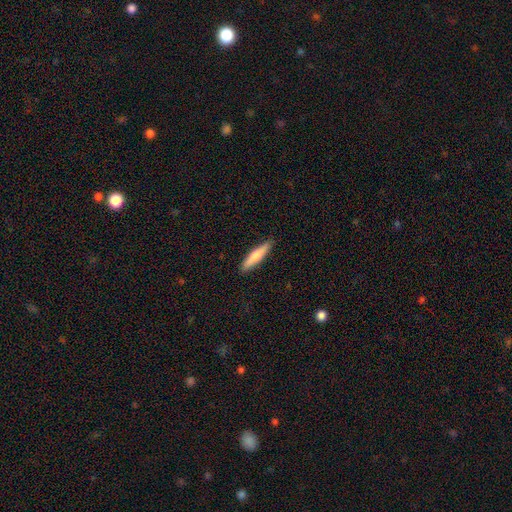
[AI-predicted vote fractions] Smooth or featured: smooth — 73% (featured or disk — 21%)
How rounded: cigar-shaped — 84% (in between — 15%)
Merging: none — 89% (minor disturbance — 8%)